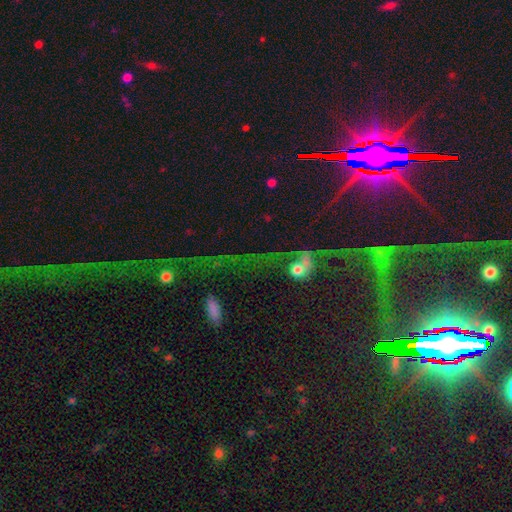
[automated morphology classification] Q: Smooth or featured?
A: star or artifact (36%); runner-up: smooth (33%)